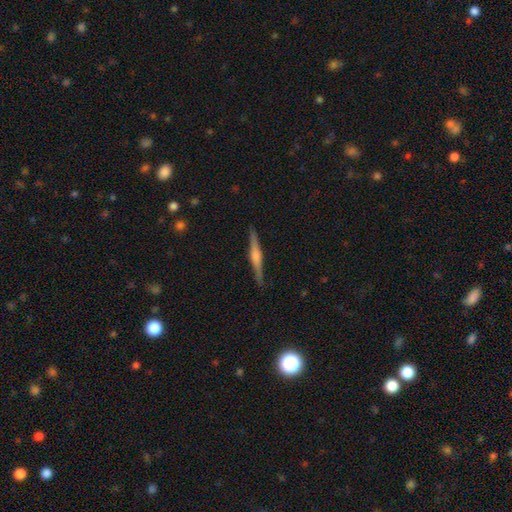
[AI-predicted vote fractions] The model was most divided on "edge-on bulge": rounded: 71%, boxy: 20%, none: 9%. More confident: edge-on disk — yes (98%); merging — none (92%); smooth or featured — featured or disk (77%).